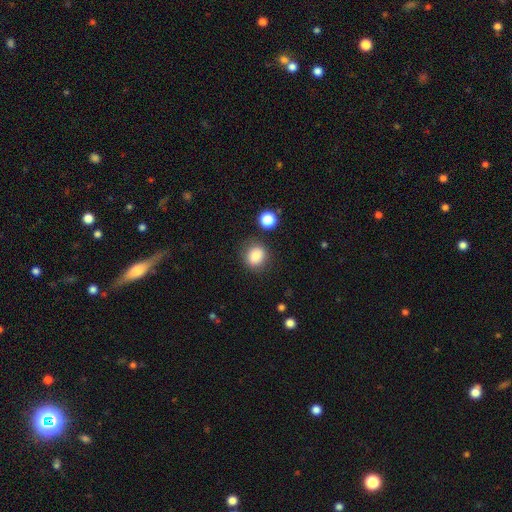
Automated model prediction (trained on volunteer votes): Smooth or featured: smooth — 85% (star or artifact — 10%)
How rounded: round — 74% (in between — 25%)
Merging: none — 81% (minor disturbance — 11%)